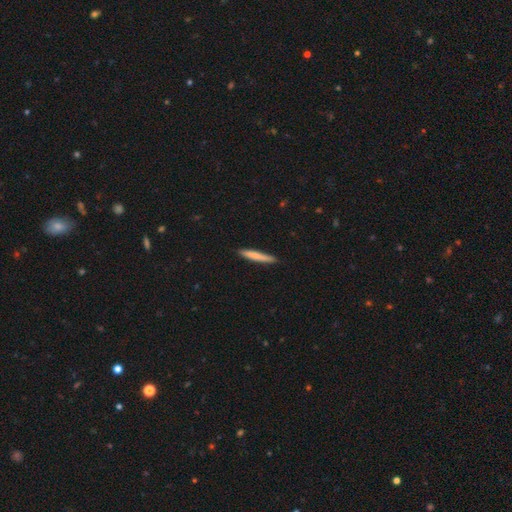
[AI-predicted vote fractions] Smooth or featured? smooth (74%)
How rounded? cigar-shaped (95%)
Merging? none (89%)